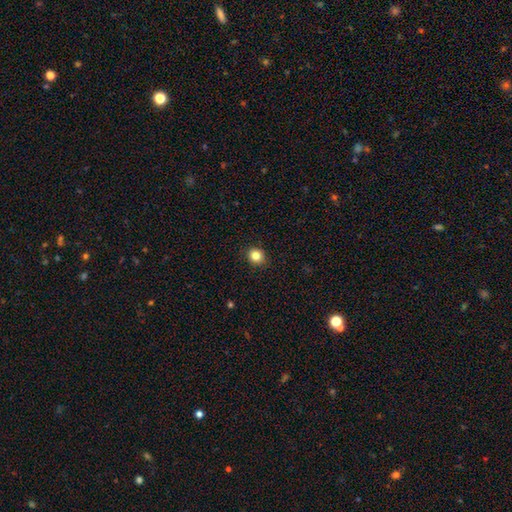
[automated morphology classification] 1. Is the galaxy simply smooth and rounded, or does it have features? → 83% smooth, 11% star or artifact, 6% featured or disk.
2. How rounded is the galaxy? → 81% round, 18% in between, 1% cigar-shaped.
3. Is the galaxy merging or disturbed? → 90% none, 7% minor disturbance, 2% major disturbance, 1% merger.